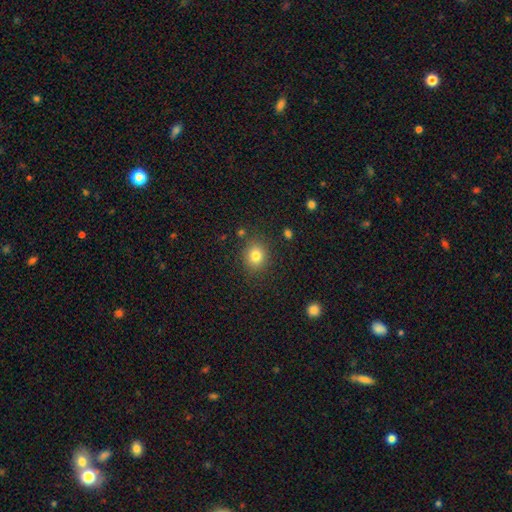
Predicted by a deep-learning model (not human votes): smooth-or-featured: smooth: 81% | star or artifact: 12% | featured or disk: 7%
  how-rounded: round: 77% | in between: 22% | cigar-shaped: 1%
  merging: none: 85% | minor disturbance: 9% | major disturbance: 3% | merger: 3%